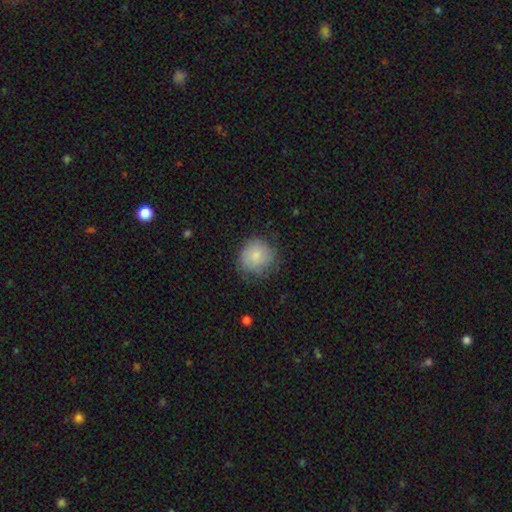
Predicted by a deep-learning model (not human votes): smooth 80%, featured or disk 12%, star or artifact 8%. Down the decision tree: how rounded — round (87%); merging — none (69%).